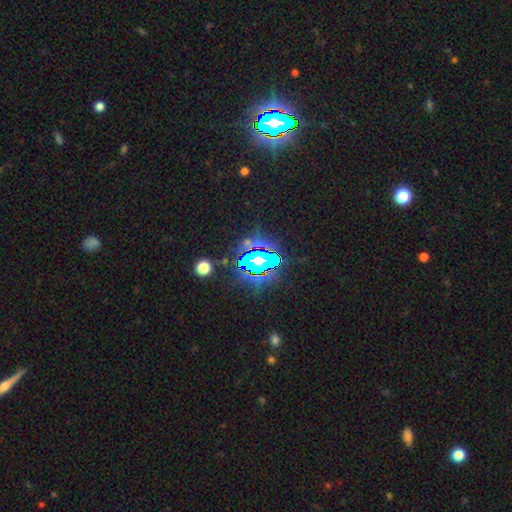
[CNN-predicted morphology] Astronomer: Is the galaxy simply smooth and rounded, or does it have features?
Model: star or artifact — 79%.